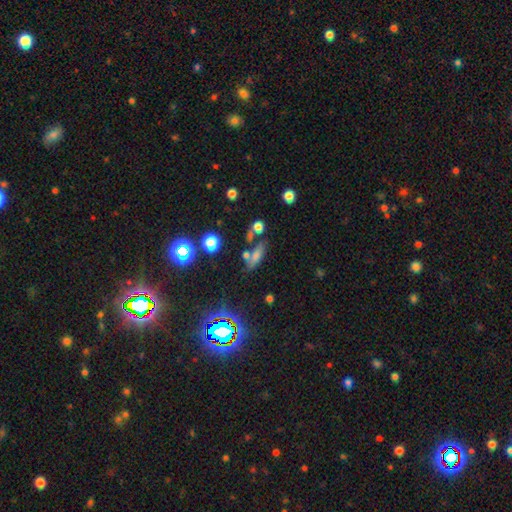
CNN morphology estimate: A smooth galaxy with no disk features (55%) that is in between round and cigar-shaped (52%). Merging: none (57%).